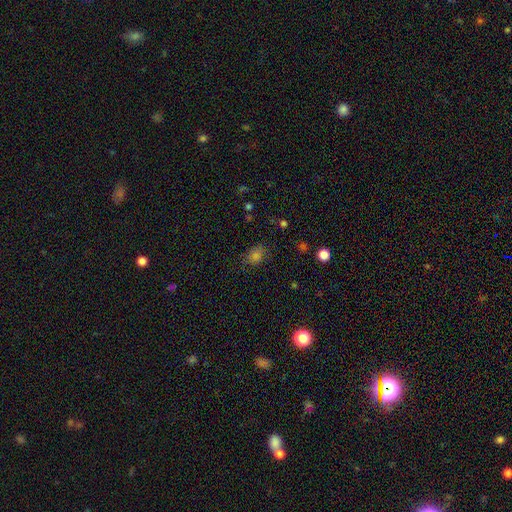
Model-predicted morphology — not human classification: A smooth galaxy with no disk features (71%) that is in between round and cigar-shaped (60%).

Vote fractions:
- Smooth or featured? smooth: 71% / star or artifact: 22% / featured or disk: 7%
- How rounded? in between: 60% / round: 39% / cigar-shaped: 2%
- Merging? none: 72% / minor disturbance: 19% / major disturbance: 7% / merger: 2%